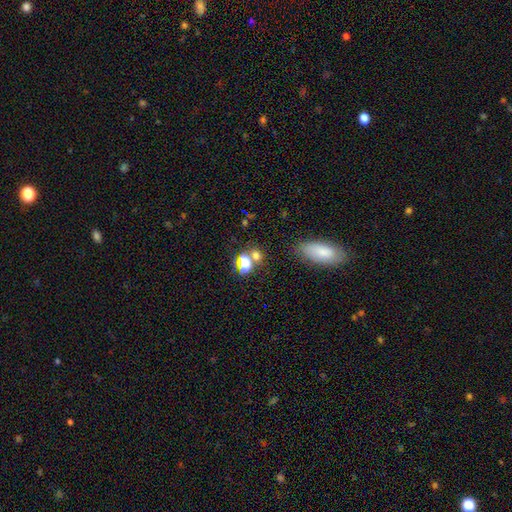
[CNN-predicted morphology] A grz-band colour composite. It shows a smooth galaxy with no disk features (59%) that is round (63%). Merging: none (65%).